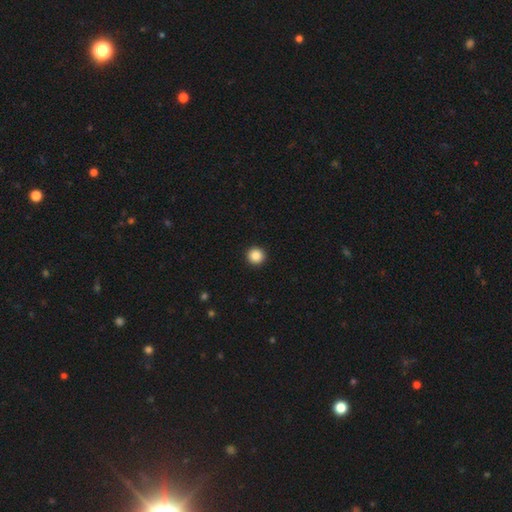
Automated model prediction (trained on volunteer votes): This is clearly a smooth galaxy (87%). How rounded: clearly round (96%). Merging: clearly none (94%).